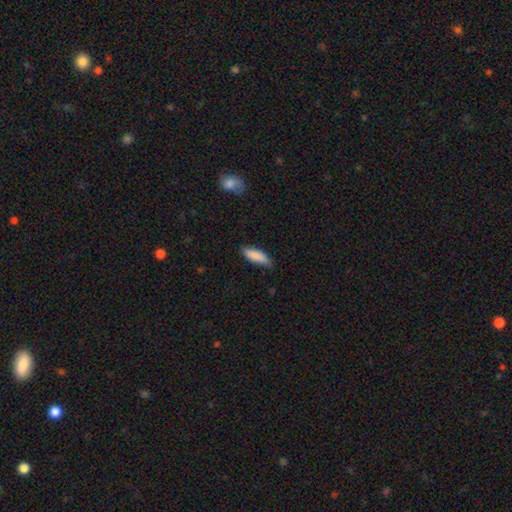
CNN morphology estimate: This appears to be a smooth galaxy with no disk features (87%) that is in between round and cigar-shaped (58%). Merging: none (74%).